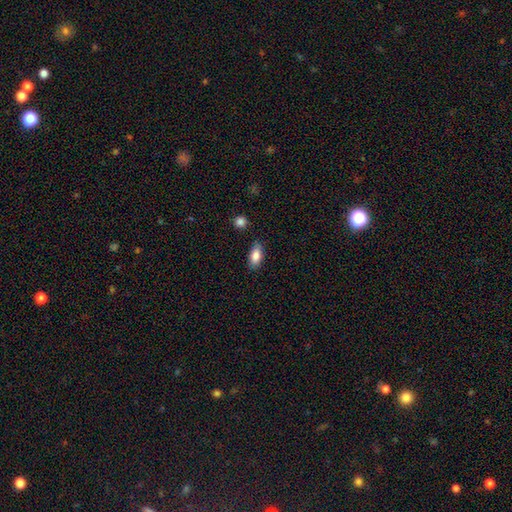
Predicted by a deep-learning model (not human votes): Smooth or featured: smooth — 84% (featured or disk — 8%)
How rounded: in between — 89% (cigar-shaped — 8%)
Merging: none — 83% (minor disturbance — 13%)